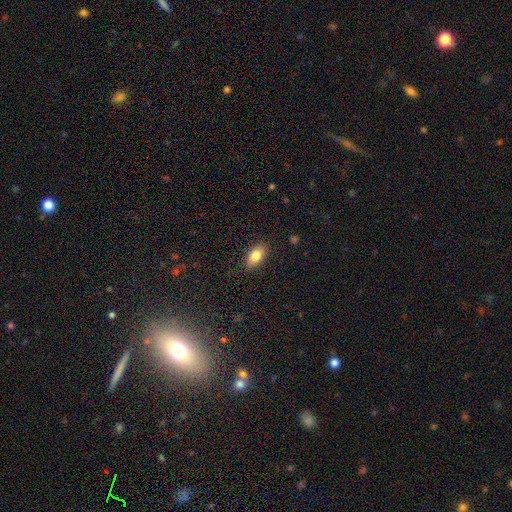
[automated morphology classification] A smooth galaxy with no disk features (82%) that is in between round and cigar-shaped (90%).

Vote fractions:
- Smooth or featured? smooth: 82% / featured or disk: 11% / star or artifact: 8%
- How rounded? in between: 90% / round: 5% / cigar-shaped: 4%
- Merging? none: 88% / minor disturbance: 9% / major disturbance: 2% / merger: 1%